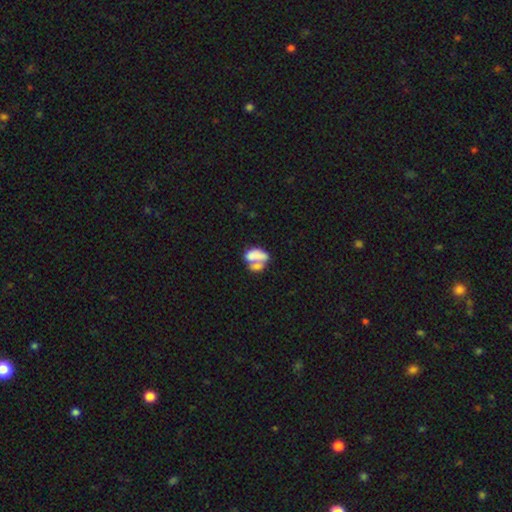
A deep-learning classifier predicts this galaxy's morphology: Smooth or featured? Predicted: smooth (p=0.62). How rounded? Predicted: in between (p=0.87). Merging? Predicted: merger (p=0.63).